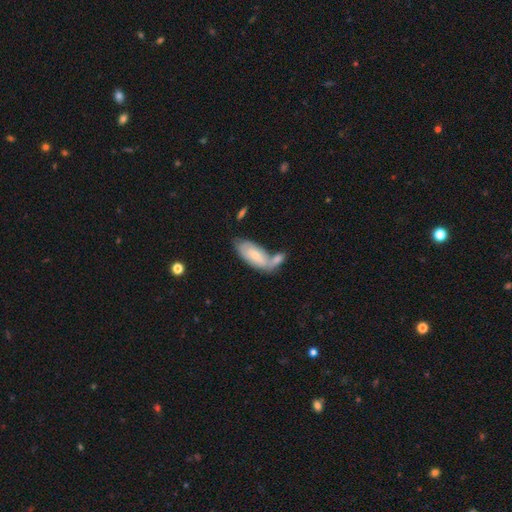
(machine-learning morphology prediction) Q: Smooth or featured?
A: smooth (56%); runner-up: featured or disk (38%)
Q: How rounded?
A: in between (86%); runner-up: cigar-shaped (12%)
Q: Merging?
A: merger (45%); runner-up: none (31%)